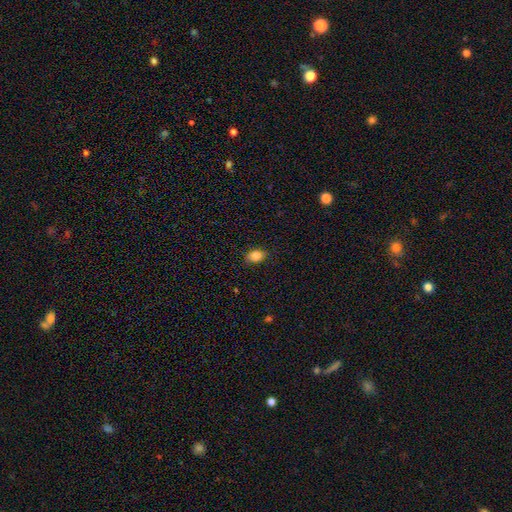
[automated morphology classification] smooth-or-featured: smooth: 84% | star or artifact: 9% | featured or disk: 8%
  how-rounded: in between: 82% | round: 16% | cigar-shaped: 2%
  merging: none: 86% | minor disturbance: 10% | major disturbance: 2% | merger: 1%